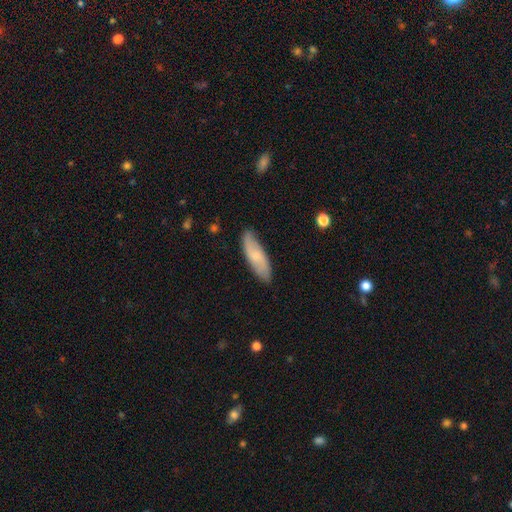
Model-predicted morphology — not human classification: smooth_or_featured: smooth (p=0.57) [alt: featured or disk p=0.36]
how_rounded: in between (p=0.54) [alt: cigar-shaped p=0.44]
merging: none (p=0.81) [alt: minor disturbance p=0.16]